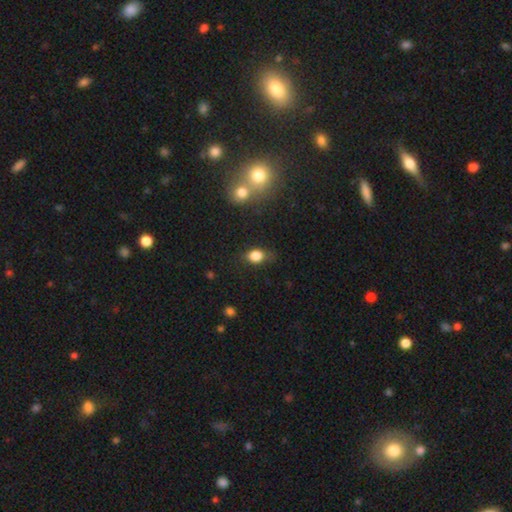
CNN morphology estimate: Overall: smooth (82%). How rounded: in between (60%; round 38%). Merging: none (67%).